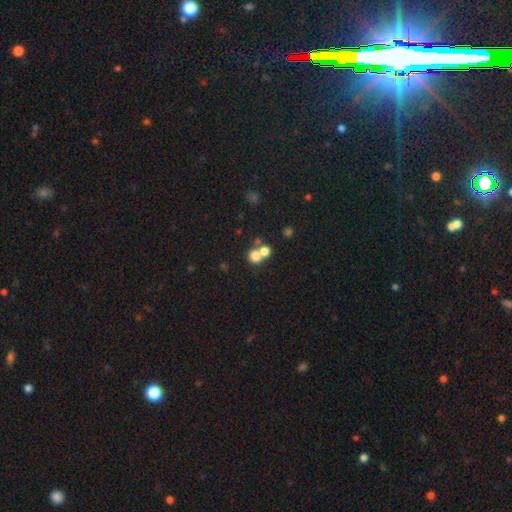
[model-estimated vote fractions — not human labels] Smooth or featured? Predicted: smooth (p=0.74). How rounded? Predicted: round (p=0.78). Merging? Predicted: merger (p=0.51).